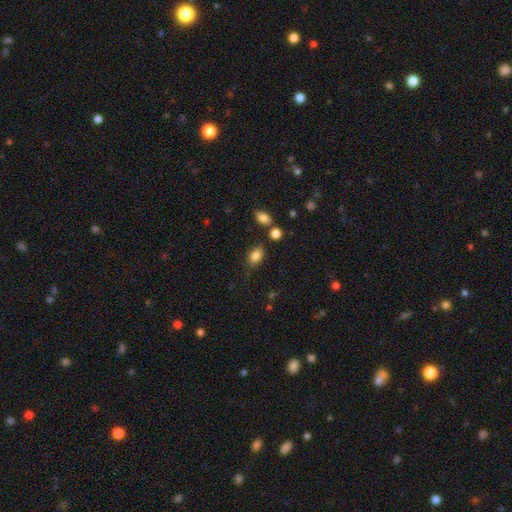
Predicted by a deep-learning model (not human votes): Morphology: type=smooth (85%); roundness=in between (80%); merging=none (76%).